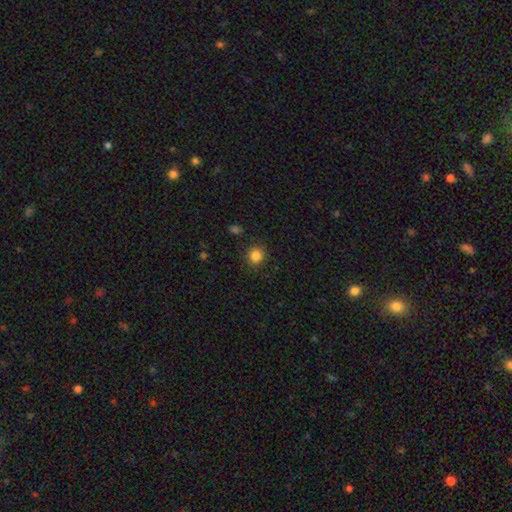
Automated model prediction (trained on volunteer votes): The model was most divided on "smooth or featured": smooth: 85%, star or artifact: 11%, featured or disk: 4%. More confident: how rounded — round (91%); merging — none (89%).